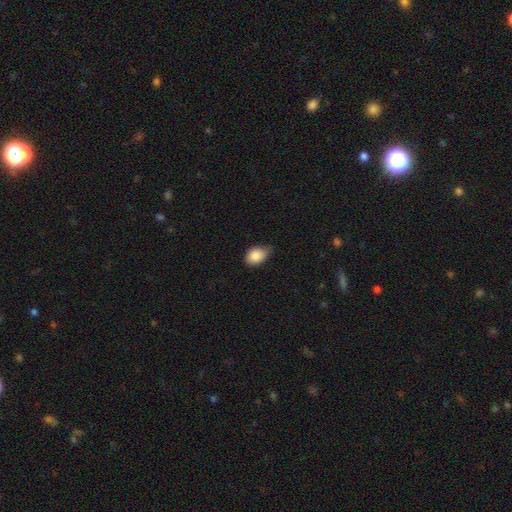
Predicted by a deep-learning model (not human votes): Morphology: type=smooth (87%); roundness=in between (76%); merging=none (49%).